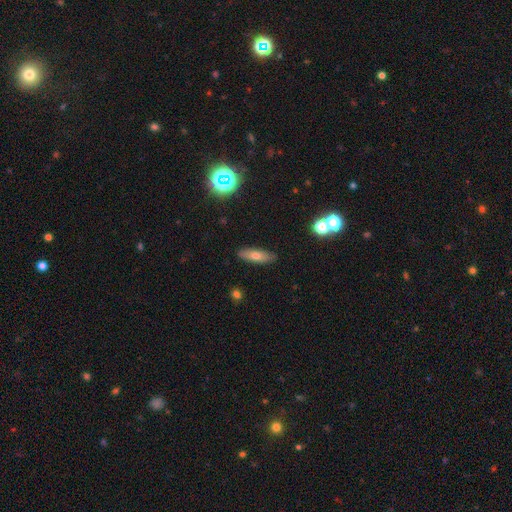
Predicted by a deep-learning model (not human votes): smooth 64%, featured or disk 26%, star or artifact 9%. Down the decision tree: how rounded — cigar-shaped (52%); merging — none (88%).